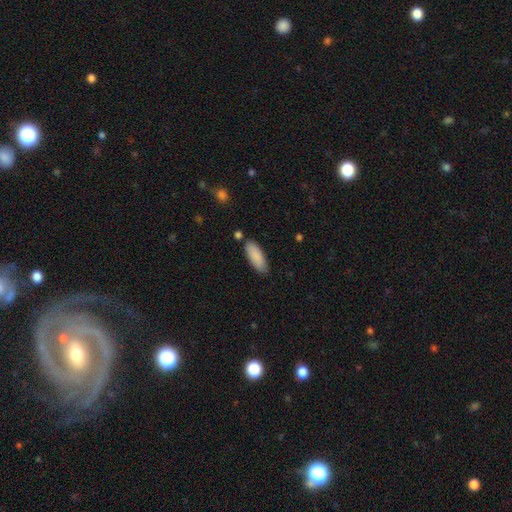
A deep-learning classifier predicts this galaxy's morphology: This appears to be a smooth galaxy with no disk features (88%) that is in between round and cigar-shaped (72%). Merging: none (79%).